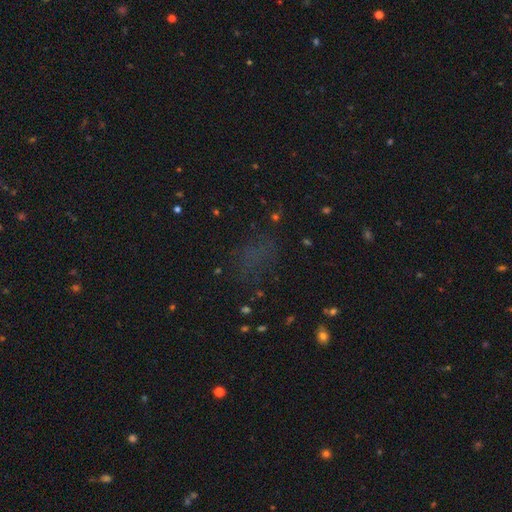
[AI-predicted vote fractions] This is marginally a smooth galaxy (44%). Merging: likely none (66%).